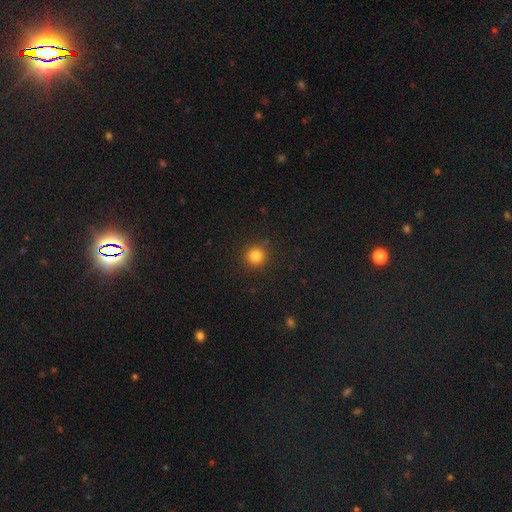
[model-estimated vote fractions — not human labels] This is clearly a smooth galaxy (82%). How rounded: clearly round (94%). Merging: clearly none (91%).